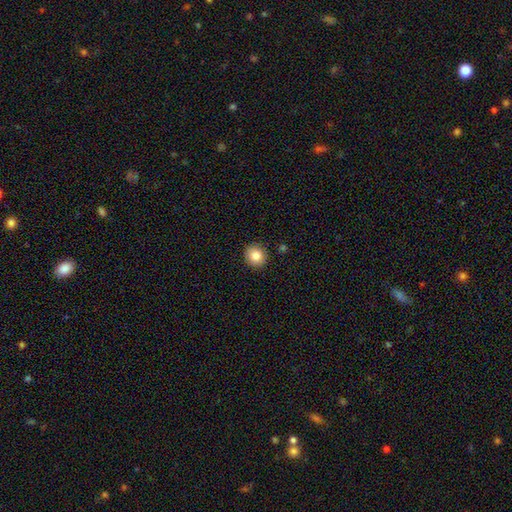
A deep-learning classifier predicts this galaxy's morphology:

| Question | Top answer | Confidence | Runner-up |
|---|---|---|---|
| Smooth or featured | smooth | 84% | star or artifact (9%) |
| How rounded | round | 86% | in between (13%) |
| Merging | none | 90% | minor disturbance (7%) |